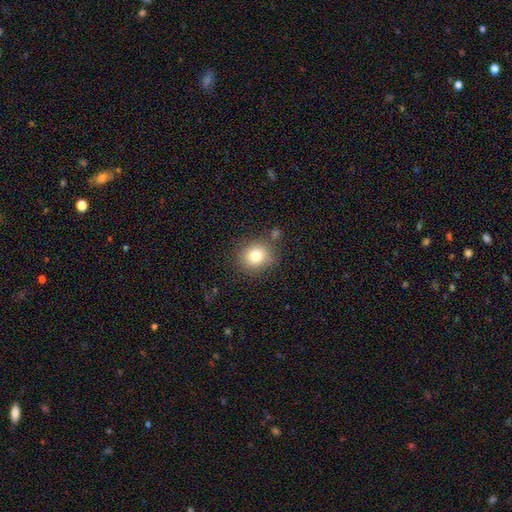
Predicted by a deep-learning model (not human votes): This appears to be a smooth galaxy with no disk features (79%) that is round (82%). Merging: none (82%).